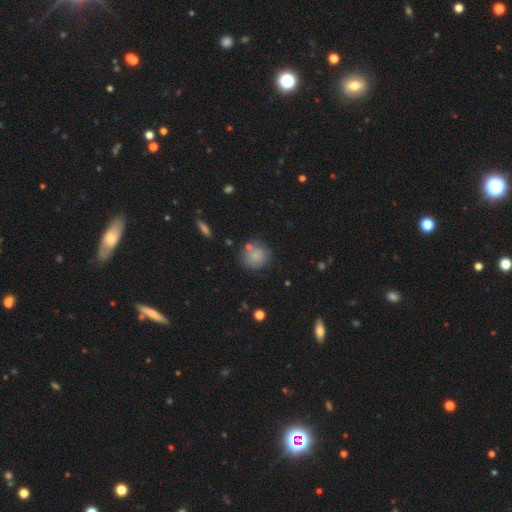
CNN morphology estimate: A smooth galaxy with no disk features (78%) that is round (87%). Merging: none (68%).